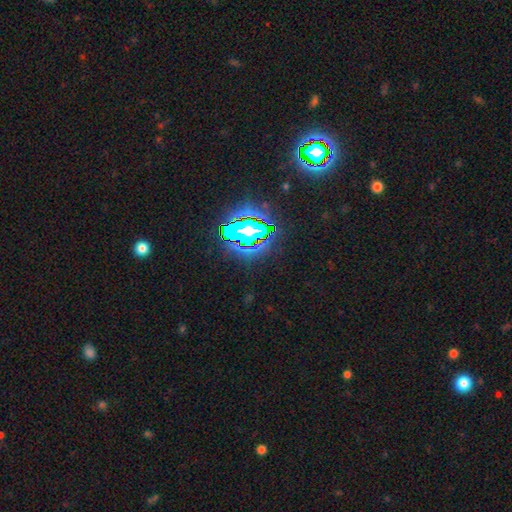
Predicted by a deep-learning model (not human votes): Morphology: type=star or artifact (84%).